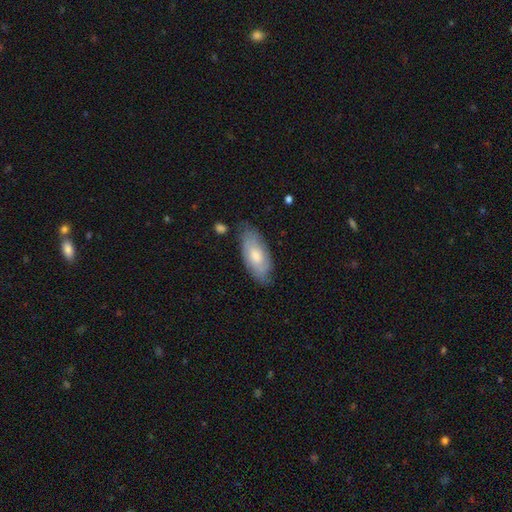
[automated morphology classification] This is possibly a smooth galaxy (58%). How rounded: clearly in between (84%). Merging: likely none (73%).